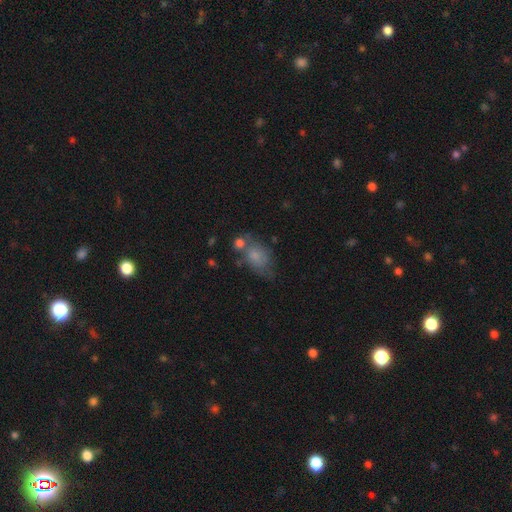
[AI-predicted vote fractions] Q: Smooth or featured?
A: smooth (68%); runner-up: featured or disk (22%)
Q: How rounded?
A: in between (77%); runner-up: round (21%)
Q: Merging?
A: none (39%); runner-up: minor disturbance (26%)